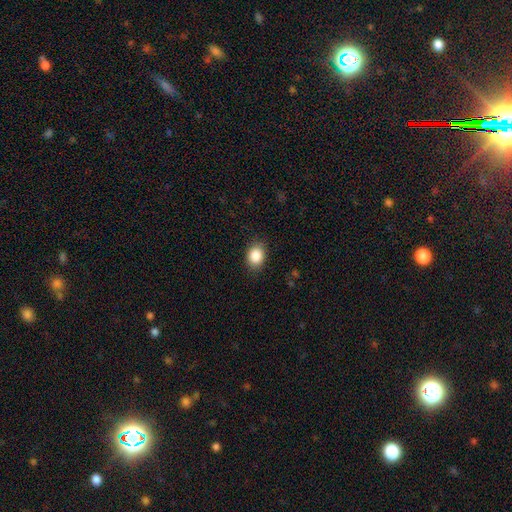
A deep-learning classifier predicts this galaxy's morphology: Smooth or featured: smooth — 87% (star or artifact — 9%)
How rounded: in between — 57% (round — 42%)
Merging: none — 85% (minor disturbance — 11%)